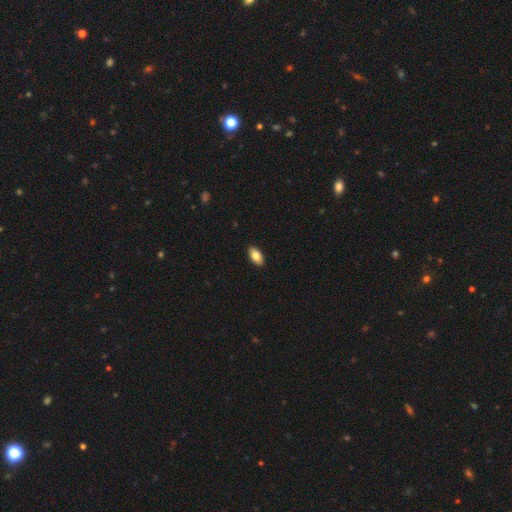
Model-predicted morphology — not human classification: A smooth galaxy with no disk features (82%) that is in between round and cigar-shaped (93%). Merging: none (91%).